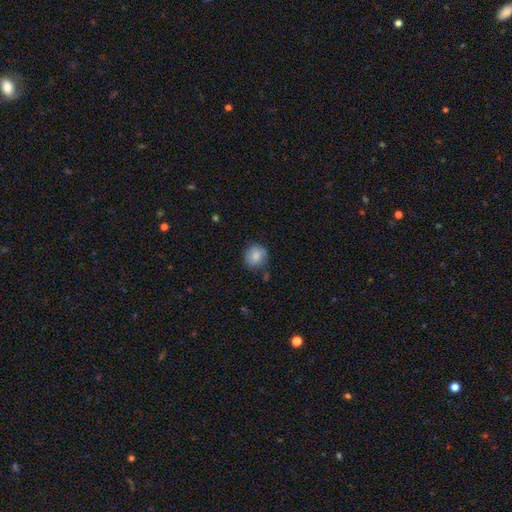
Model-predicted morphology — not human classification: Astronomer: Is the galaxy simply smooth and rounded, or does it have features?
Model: smooth — 81%.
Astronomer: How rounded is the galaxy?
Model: round — 85%.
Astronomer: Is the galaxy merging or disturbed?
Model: none — 75%.